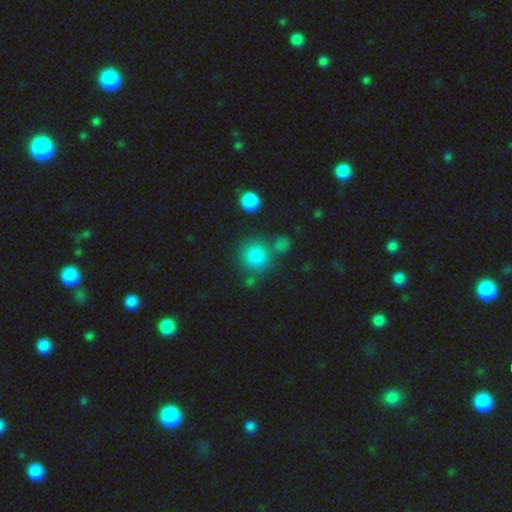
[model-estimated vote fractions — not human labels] Q: Smooth or featured?
A: smooth (81%); runner-up: star or artifact (12%)
Q: How rounded?
A: round (91%); runner-up: in between (8%)
Q: Merging?
A: none (68%); runner-up: merger (16%)